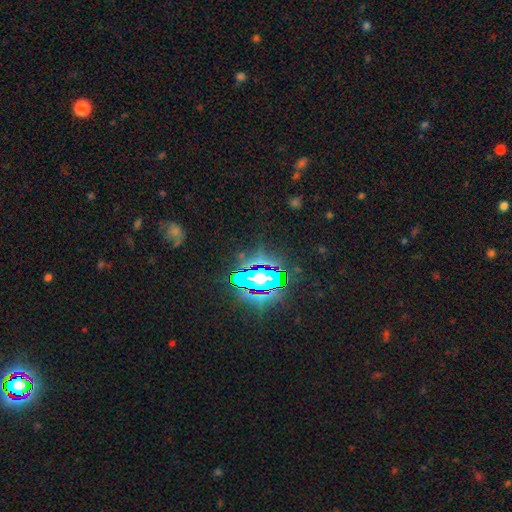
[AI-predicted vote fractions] Smooth or featured? star or artifact (84%)